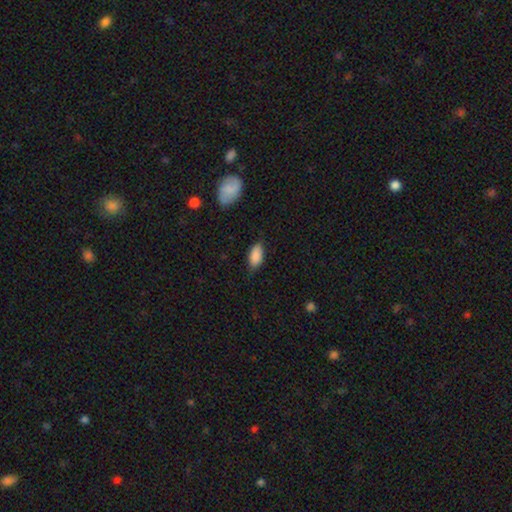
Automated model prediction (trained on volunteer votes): smooth-or-featured: smooth: 87% | star or artifact: 7% | featured or disk: 6%
  how-rounded: in between: 92% | cigar-shaped: 6% | round: 3%
  merging: none: 75% | minor disturbance: 20% | major disturbance: 4% | merger: 1%